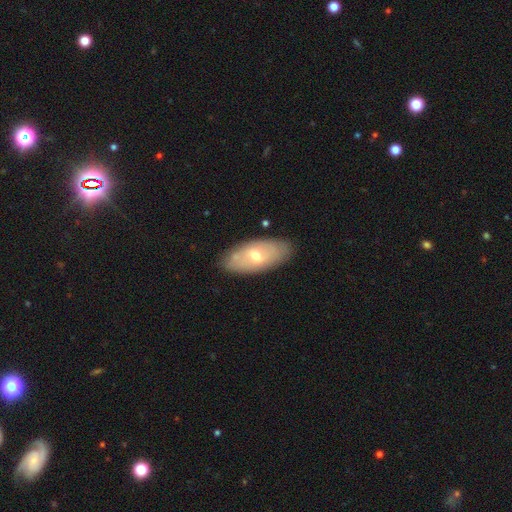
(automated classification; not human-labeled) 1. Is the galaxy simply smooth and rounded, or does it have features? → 50% smooth, 43% featured or disk, 7% star or artifact.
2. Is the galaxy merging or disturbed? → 84% none, 12% minor disturbance, 2% major disturbance, 1% merger.